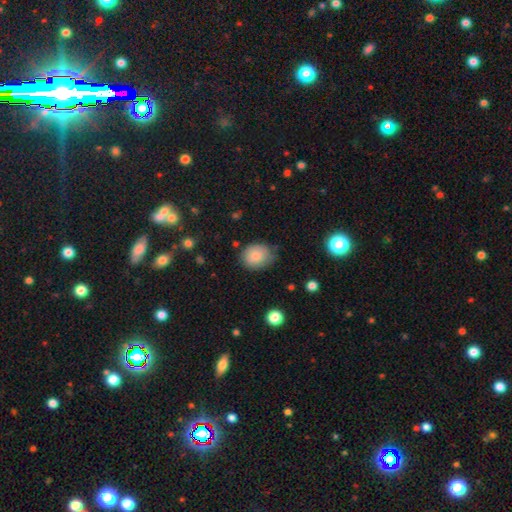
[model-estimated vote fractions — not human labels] Smooth or featured? Predicted: smooth (p=0.84). How rounded? Predicted: round (p=0.56). Merging? Predicted: none (p=0.66).